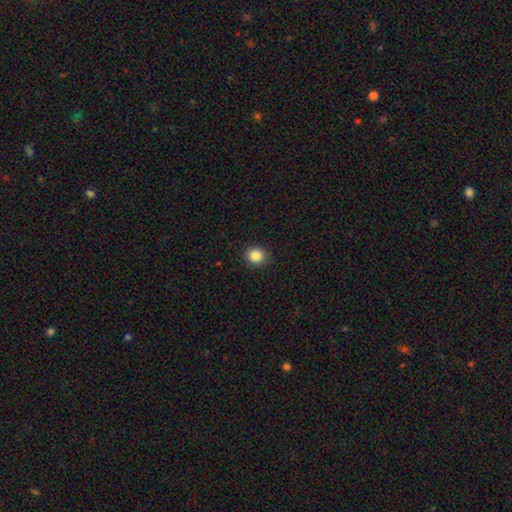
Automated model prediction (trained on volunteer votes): Smooth or featured? smooth (86%)
How rounded? round (83%)
Merging? none (92%)